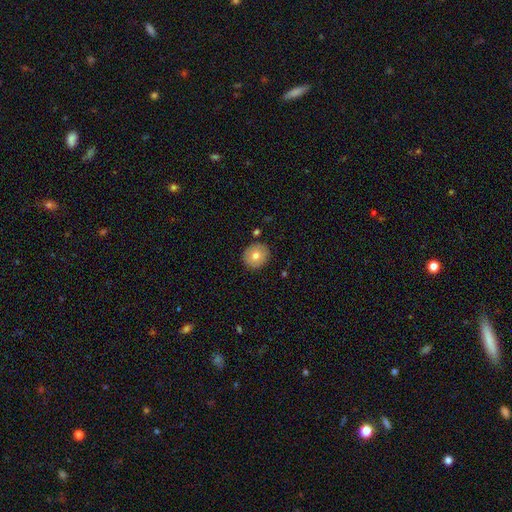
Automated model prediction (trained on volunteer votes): smooth 77%, featured or disk 14%, star or artifact 9%. Down the decision tree: how rounded — round (86%); merging — none (87%).